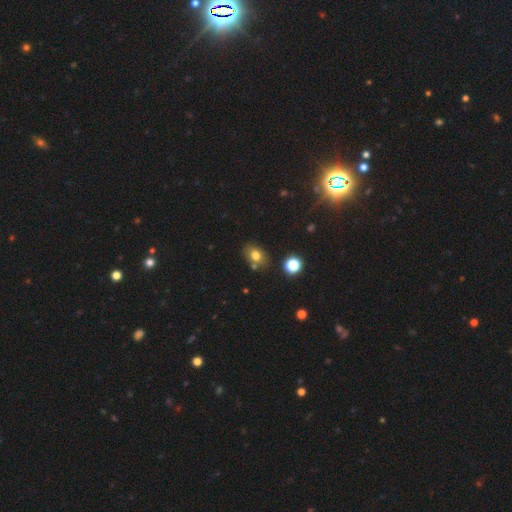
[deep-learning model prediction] A smooth galaxy with no disk features (76%) that is in between round and cigar-shaped (63%). Merging: none (71%).